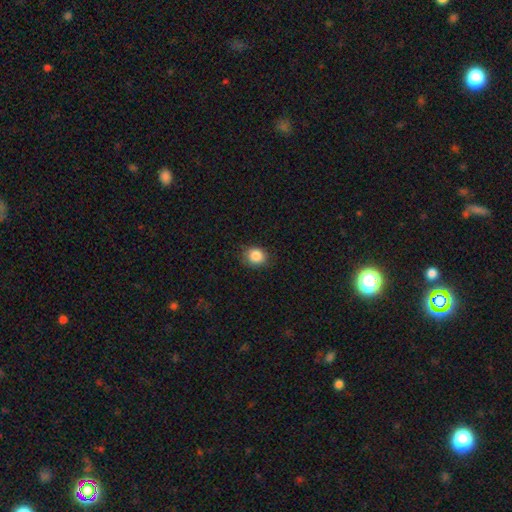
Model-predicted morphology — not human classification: Overall: smooth (87%). How rounded: round (68%; in between 31%). Merging: none (83%).